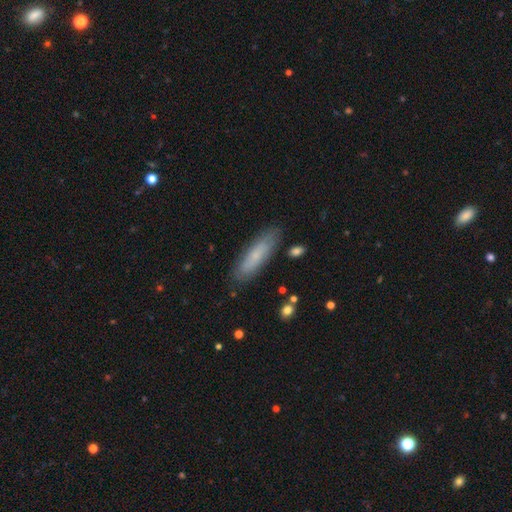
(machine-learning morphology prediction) type=smooth (68%); roundness=cigar-shaped (59%); merging=none (84%).